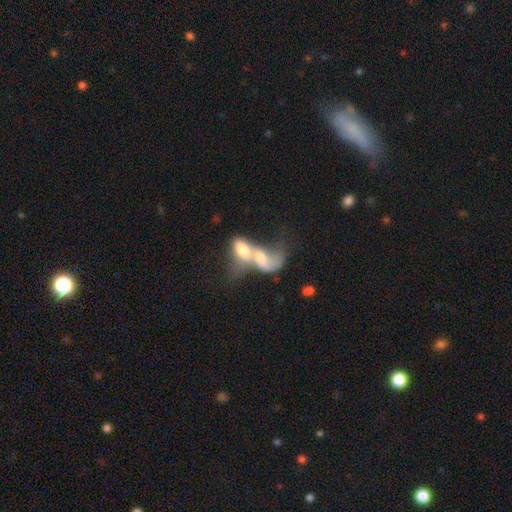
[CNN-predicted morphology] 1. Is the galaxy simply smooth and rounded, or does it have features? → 45% smooth (tied), 45% featured or disk (tied), 10% star or artifact.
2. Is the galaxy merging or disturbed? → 82% merger, 8% major disturbance, 6% none, 4% minor disturbance.